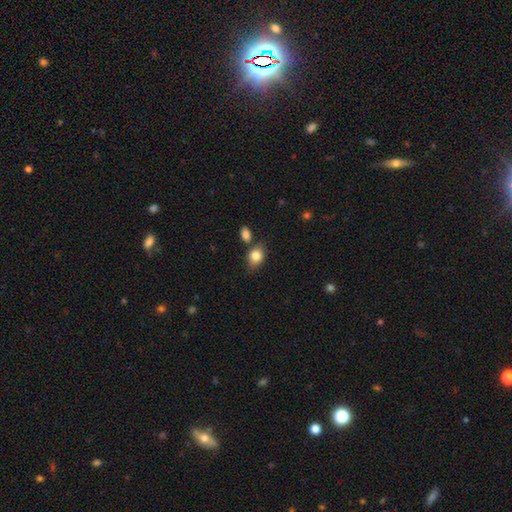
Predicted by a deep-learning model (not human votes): A smooth galaxy with no disk features (83%) that is in between round and cigar-shaped (64%).

Vote fractions:
- Smooth or featured? smooth: 83% / star or artifact: 9% / featured or disk: 8%
- How rounded? in between: 64% / round: 35% / cigar-shaped: 2%
- Merging? none: 65% / minor disturbance: 16% / merger: 14% / major disturbance: 4%